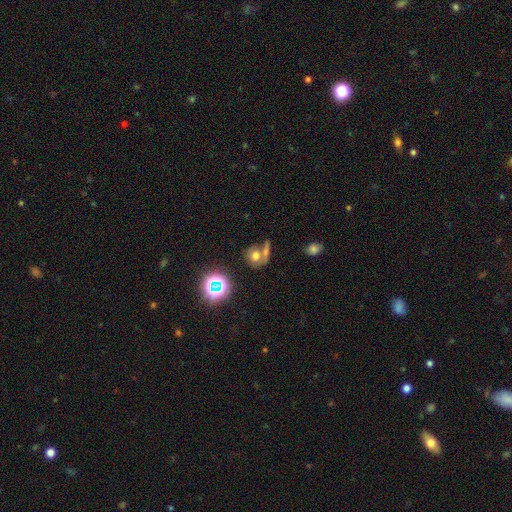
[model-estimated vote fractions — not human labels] Overall: smooth (63%). How rounded: round (75%). Merging: none (45%; merger 39%).